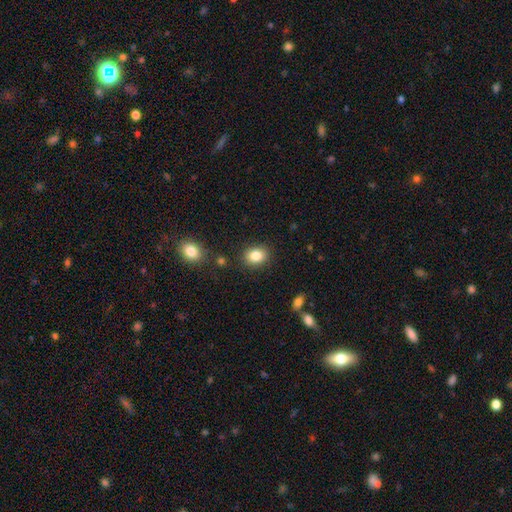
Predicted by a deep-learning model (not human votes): Smooth or featured?
  - smooth: 85% *
  - star or artifact: 9%
  - featured or disk: 6%
How rounded?
  - in between: 54% *
  - round: 45%
  - cigar-shaped: 1%
Merging?
  - none: 86% *
  - minor disturbance: 9%
  - major disturbance: 3%
  - merger: 2%